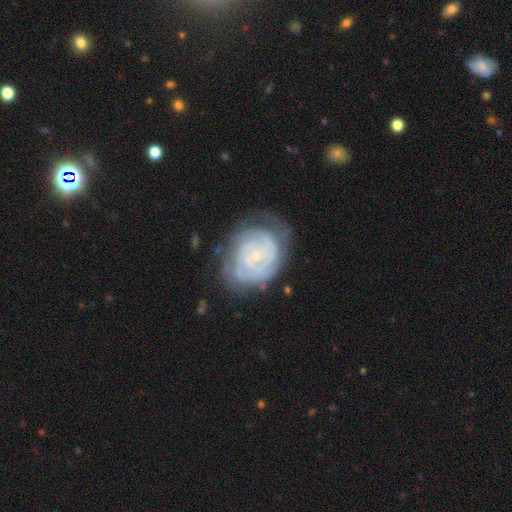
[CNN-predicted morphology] type=featured or disk (82%); edge-on=no (98%); bar=no (71%); spiral arms=yes (94%); winding=tight (78%); arm count=can't tell (38%); bulge=small (80%); merging=none (63%).